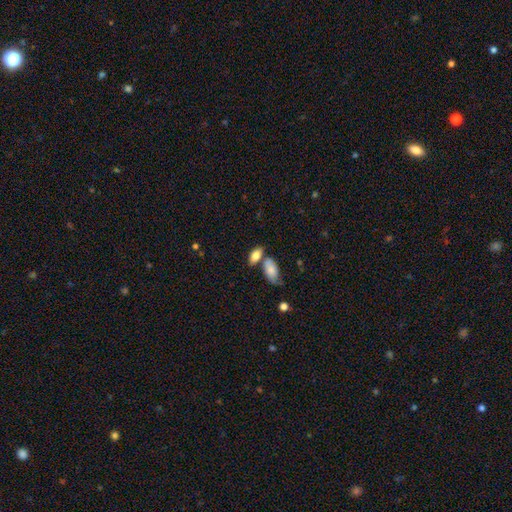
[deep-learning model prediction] smooth_or_featured: smooth (p=0.78) [alt: featured or disk p=0.15]
how_rounded: in between (p=0.88) [alt: cigar-shaped p=0.07]
merging: none (p=0.50) [alt: merger p=0.29]